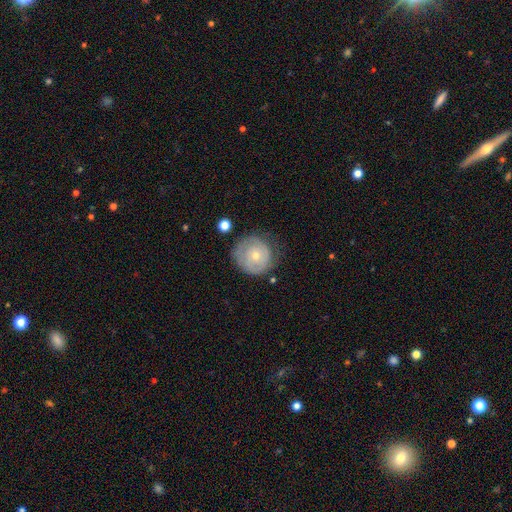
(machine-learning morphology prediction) A featured or disk galaxy (50%).

Vote fractions:
- Smooth or featured? featured or disk: 50% / smooth: 44% / star or artifact: 7%
- Merging? none: 64% / minor disturbance: 24% / major disturbance: 9% / merger: 2%